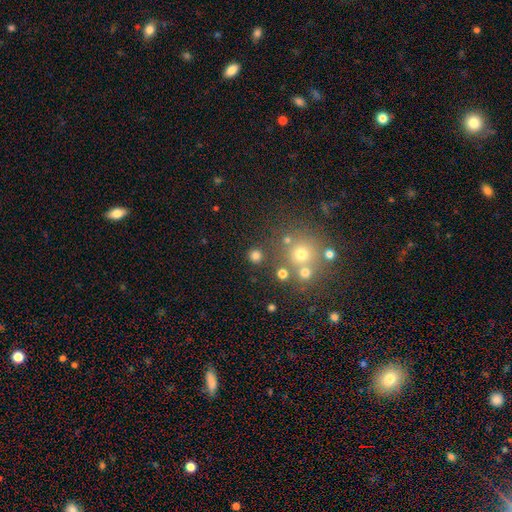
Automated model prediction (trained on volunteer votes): Smooth or featured: smooth — 75% (star or artifact — 18%)
How rounded: round — 94% (in between — 5%)
Merging: none — 83% (merger — 7%)